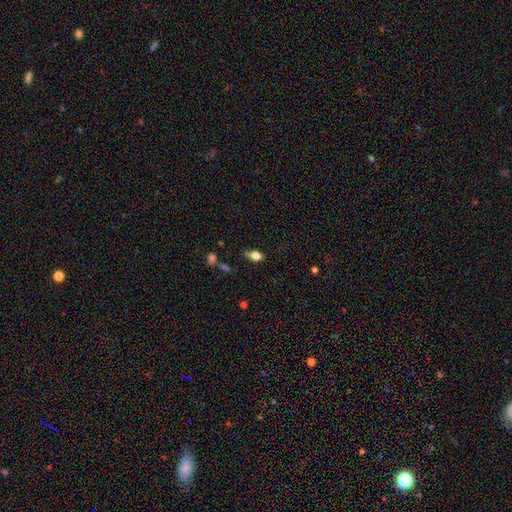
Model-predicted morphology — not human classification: Smooth or featured? smooth (78%)
How rounded? in between (80%)
Merging? none (62%)